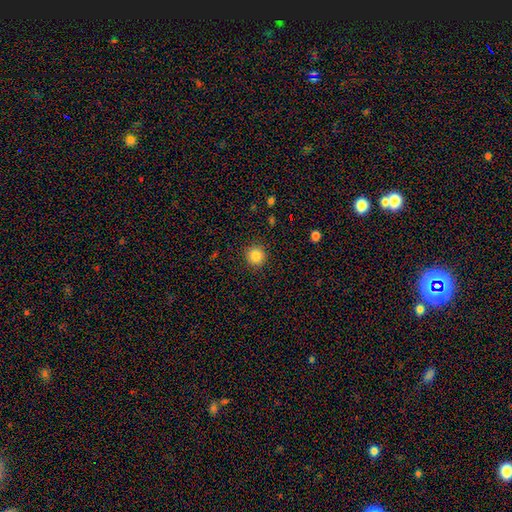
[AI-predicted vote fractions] Smooth or featured: smooth — 85% (star or artifact — 11%)
How rounded: round — 93% (in between — 6%)
Merging: none — 90% (minor disturbance — 7%)